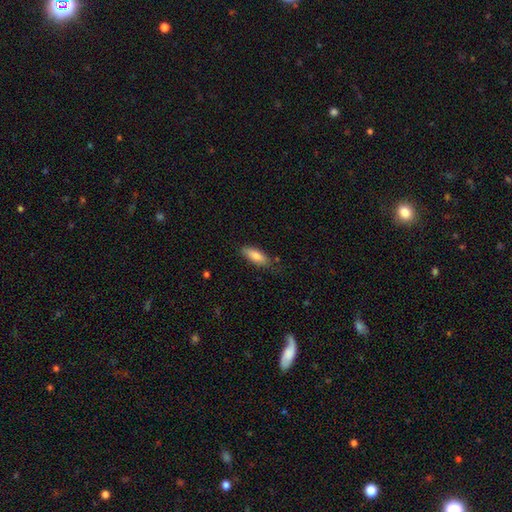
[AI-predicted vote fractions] smooth_or_featured: smooth (p=0.80) [alt: featured or disk p=0.13]
how_rounded: in between (p=0.66) [alt: cigar-shaped p=0.32]
merging: none (p=0.73) [alt: minor disturbance p=0.21]